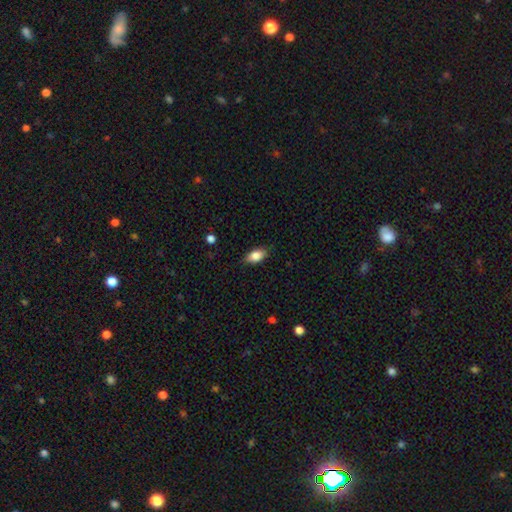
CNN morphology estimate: Smooth or featured?
  - smooth: 83% *
  - featured or disk: 10%
  - star or artifact: 7%
How rounded?
  - in between: 89% *
  - round: 6%
  - cigar-shaped: 5%
Merging?
  - none: 84% *
  - minor disturbance: 13%
  - major disturbance: 3%
  - merger: 1%